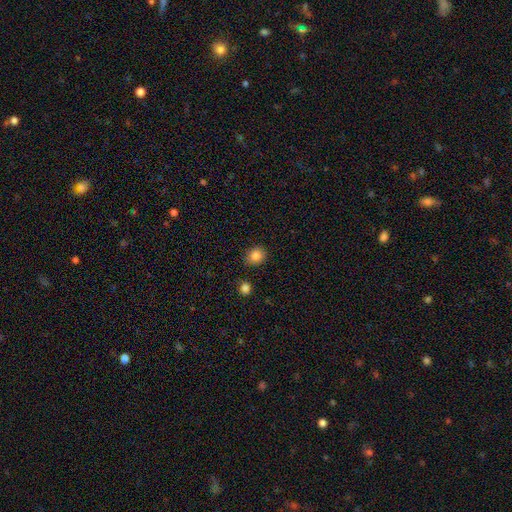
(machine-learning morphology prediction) Smooth or featured? smooth (85%)
How rounded? round (70%)
Merging? none (86%)